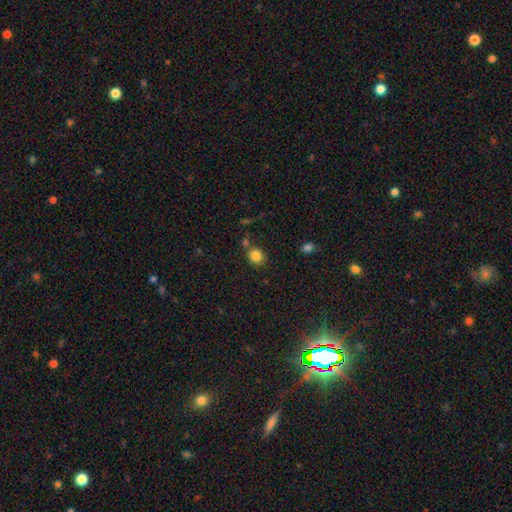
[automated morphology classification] smooth_or_featured: smooth (p=0.84) [alt: star or artifact p=0.11]
how_rounded: round (p=0.78) [alt: in between p=0.21]
merging: none (p=0.70) [alt: merger p=0.14]